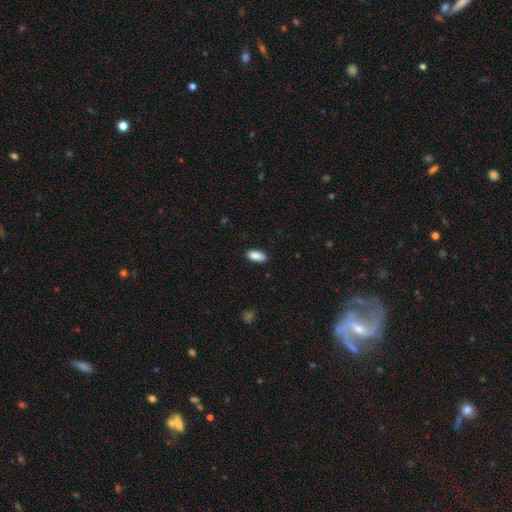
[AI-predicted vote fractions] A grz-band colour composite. It shows a smooth galaxy with no disk features (88%) that is in between round and cigar-shaped (90%). Merging: none (86%).